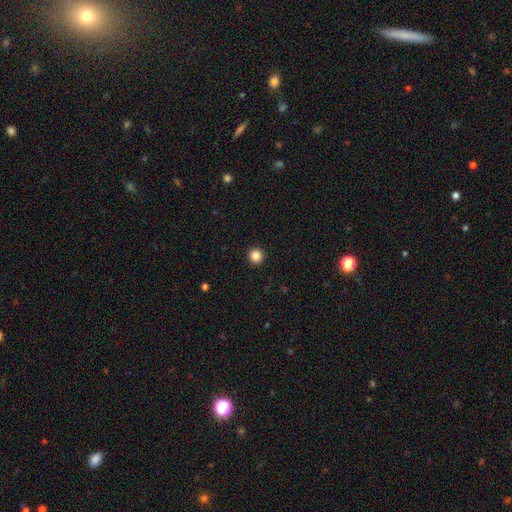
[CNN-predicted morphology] smooth 85%, star or artifact 11%, featured or disk 4%. Down the decision tree: how rounded — round (96%); merging — none (94%).